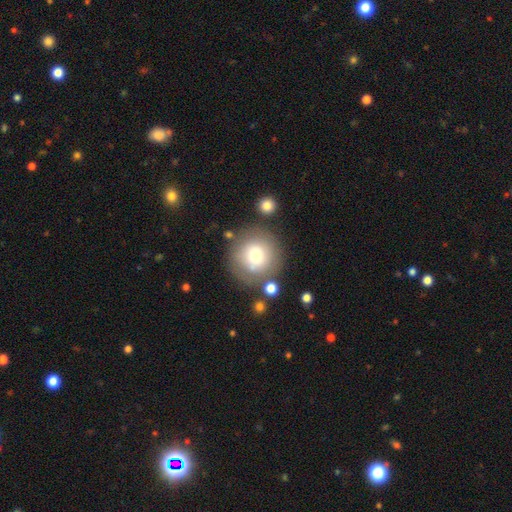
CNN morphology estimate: smooth 73%, featured or disk 17%, star or artifact 10%. Down the decision tree: how rounded — round (95%); merging — none (76%).